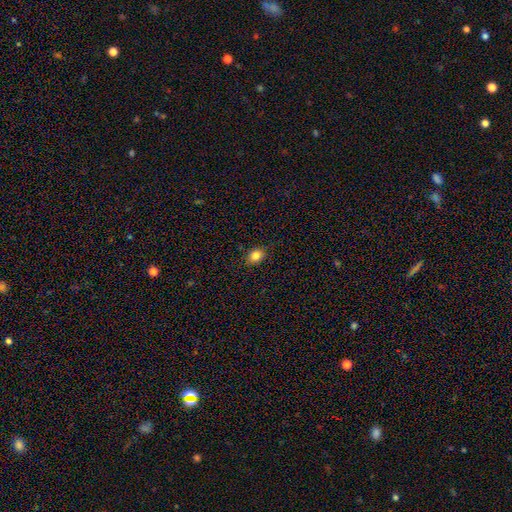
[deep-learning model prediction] A smooth galaxy with no disk features (83%) that is in between round and cigar-shaped (50%).

Vote fractions:
- Smooth or featured? smooth: 83% / star or artifact: 11% / featured or disk: 6%
- How rounded? in between: 50% / round: 49% / cigar-shaped: 1%
- Merging? none: 87% / minor disturbance: 10% / major disturbance: 2% / merger: 1%